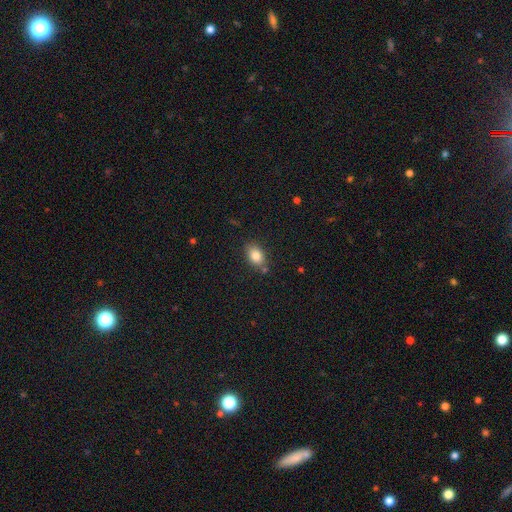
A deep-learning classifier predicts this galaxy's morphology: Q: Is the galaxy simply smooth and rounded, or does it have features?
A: smooth — 82%.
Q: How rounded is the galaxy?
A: in between — 79%.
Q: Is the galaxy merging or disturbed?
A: none — 78%.